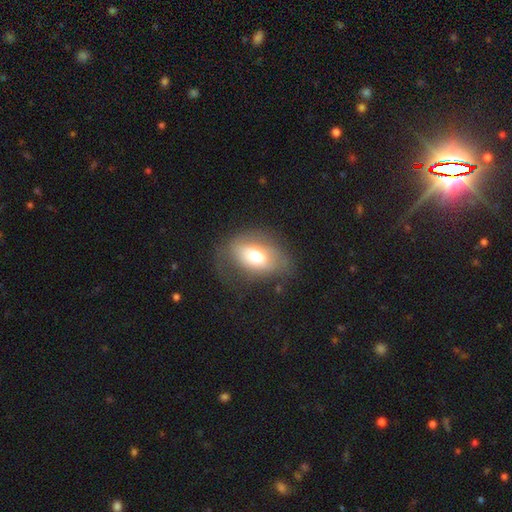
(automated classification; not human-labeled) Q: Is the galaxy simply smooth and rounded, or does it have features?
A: smooth — 63%.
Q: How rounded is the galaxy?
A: in between — 82%.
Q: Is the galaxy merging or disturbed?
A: none — 54%.